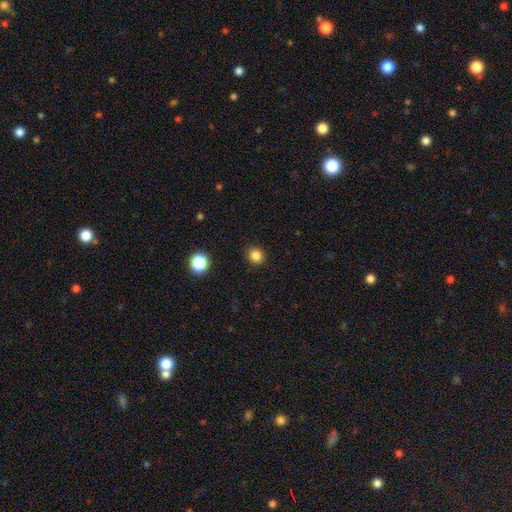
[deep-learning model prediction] Morphology: type=smooth (83%); roundness=round (88%); merging=none (91%).